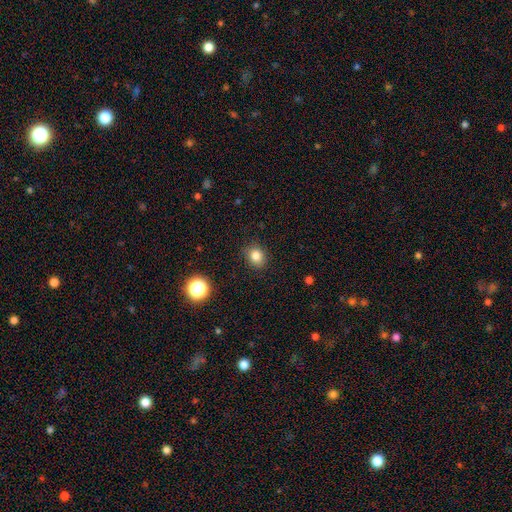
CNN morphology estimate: type=smooth (82%); roundness=round (60%); merging=none (87%).